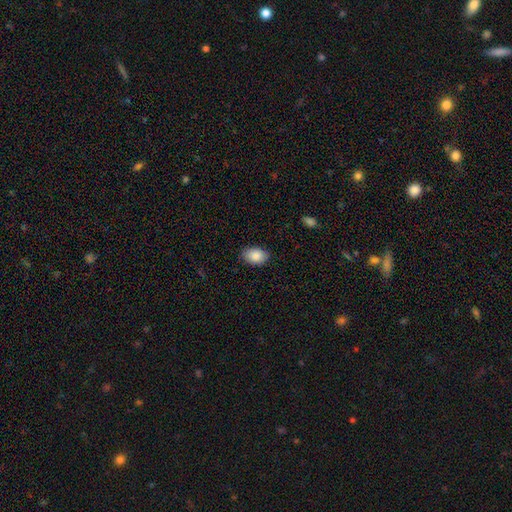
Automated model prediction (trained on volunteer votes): A smooth galaxy with no disk features (88%) that is in between round and cigar-shaped (85%).

Vote fractions:
- Smooth or featured? smooth: 88% / star or artifact: 7% / featured or disk: 5%
- How rounded? in between: 85% / round: 13% / cigar-shaped: 1%
- Merging? none: 85% / minor disturbance: 11% / major disturbance: 2% / merger: 1%